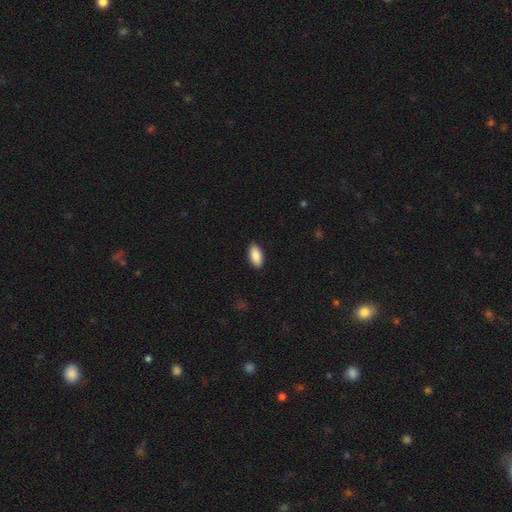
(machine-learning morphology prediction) Smooth or featured?
  - smooth: 90% *
  - star or artifact: 6%
  - featured or disk: 4%
How rounded?
  - in between: 93% *
  - cigar-shaped: 4%
  - round: 2%
Merging?
  - none: 90% *
  - minor disturbance: 8%
  - major disturbance: 2%
  - merger: 1%